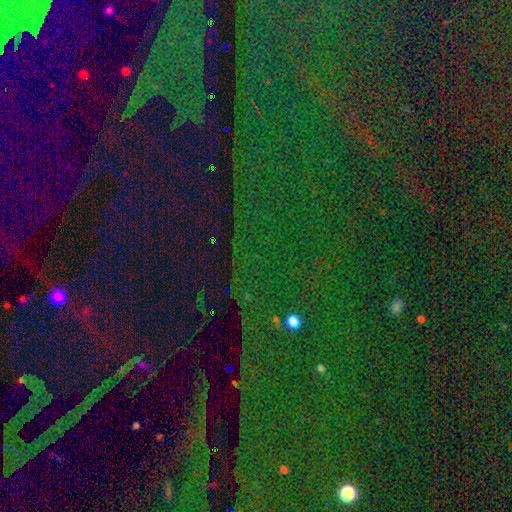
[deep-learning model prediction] smooth-or-featured: star or artifact: 83% | smooth: 10% | featured or disk: 7%